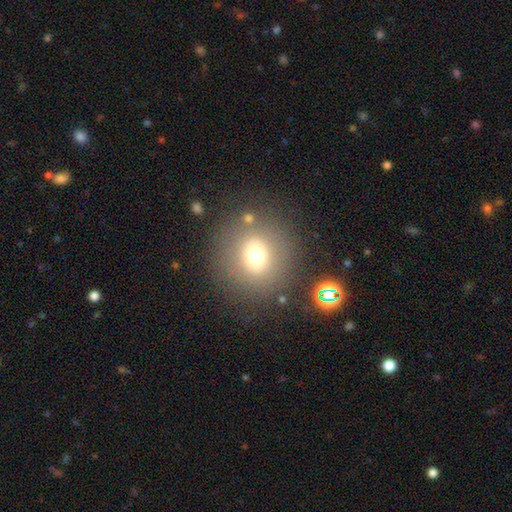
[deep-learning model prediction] A smooth galaxy with no disk features (68%) that is round (91%). Merging: none (80%).